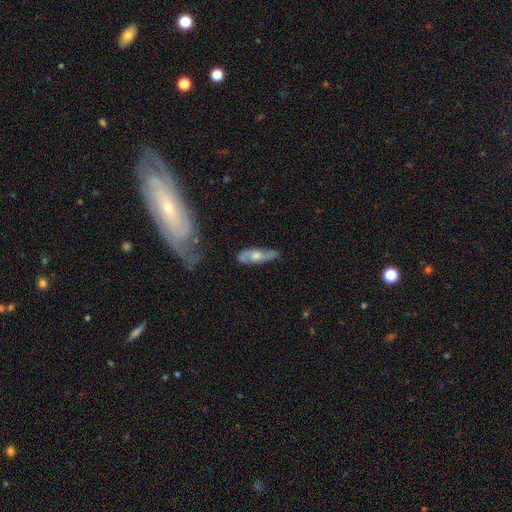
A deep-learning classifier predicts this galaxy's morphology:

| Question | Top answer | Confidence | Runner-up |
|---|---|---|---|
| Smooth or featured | featured or disk | 52% | smooth (42%) |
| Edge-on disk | no | 69% | yes (31%) |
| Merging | none | 67% | minor disturbance (24%) |